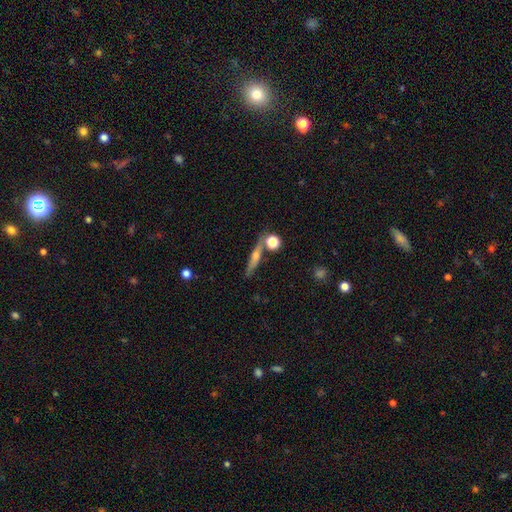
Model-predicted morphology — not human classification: The model was most divided on "smooth or featured": featured or disk: 55%, smooth: 35%, star or artifact: 10%. More confident: edge-on disk — yes (92%); edge-on bulge — rounded (83%); merging — none (75%).